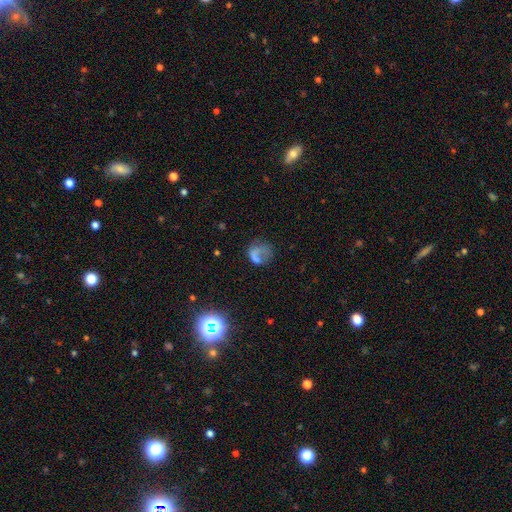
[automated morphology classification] smooth 56%, featured or disk 27%, star or artifact 17%. Down the decision tree: how rounded — round (54%); merging — major disturbance (40%).